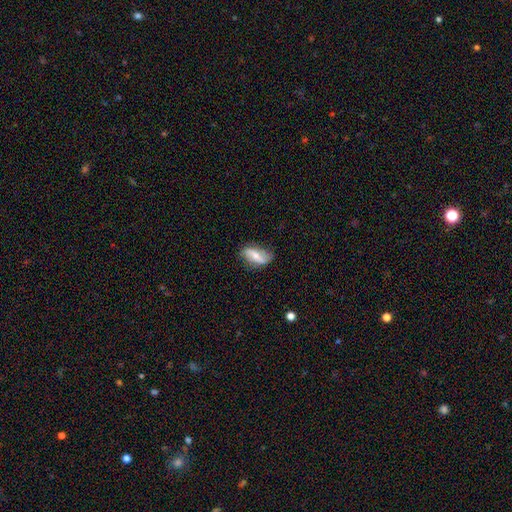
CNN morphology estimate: Overall: featured or disk (57%; smooth 35%). Edge-on disk: no (89%). Bar: strong (39%; weak 32%). Spiral arms: yes (79%). Bulge size: moderate (47%; small 45%). Merging: none (70%).